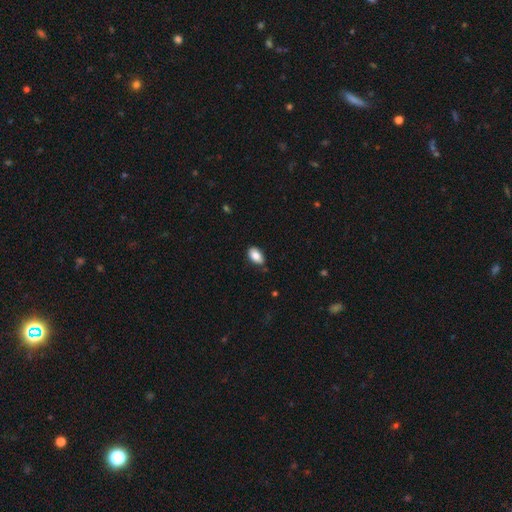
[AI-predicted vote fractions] A smooth galaxy with no disk features (85%) that is in between round and cigar-shaped (92%). Merging: none (78%).